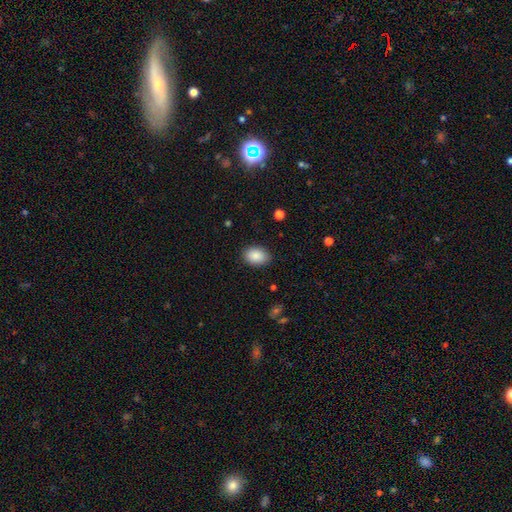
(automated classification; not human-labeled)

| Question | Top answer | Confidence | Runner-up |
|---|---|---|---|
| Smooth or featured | smooth | 88% | star or artifact (7%) |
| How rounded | in between | 83% | round (15%) |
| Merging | none | 87% | minor disturbance (10%) |